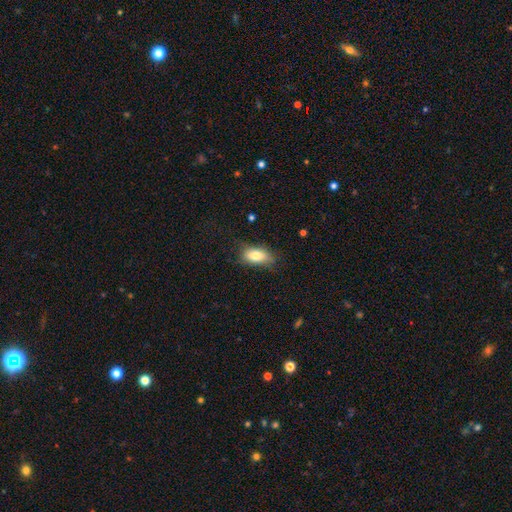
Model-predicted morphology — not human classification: Smooth or featured: smooth — 78% (featured or disk — 14%)
How rounded: in between — 87% (cigar-shaped — 6%)
Merging: none — 65% (minor disturbance — 25%)